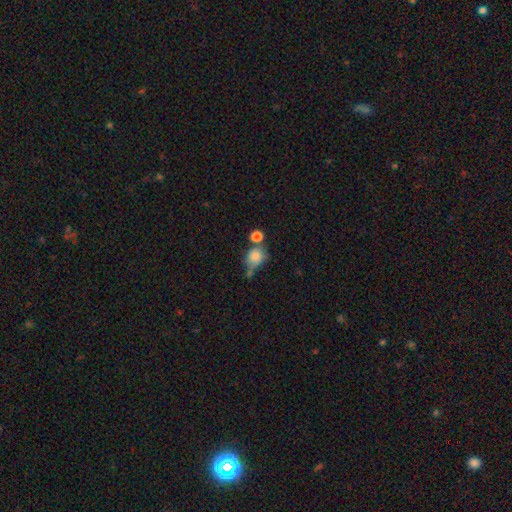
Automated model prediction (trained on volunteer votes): smooth_or_featured: smooth (p=0.81) [alt: featured or disk p=0.10]
how_rounded: round (p=0.66) [alt: in between p=0.33]
merging: none (p=0.36) [alt: merger p=0.33]